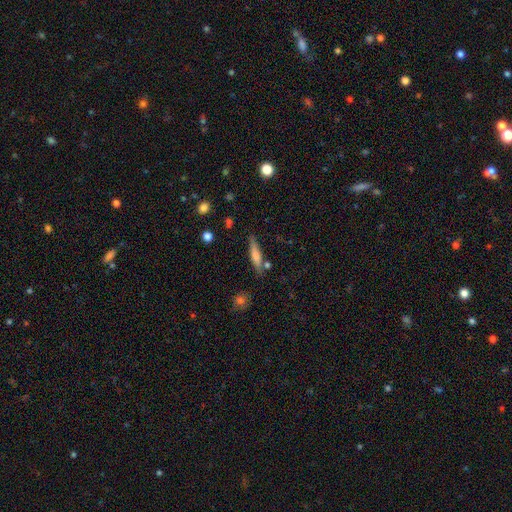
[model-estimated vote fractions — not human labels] Smooth or featured: smooth — 64% (featured or disk — 29%)
How rounded: cigar-shaped — 83% (in between — 15%)
Merging: none — 76% (minor disturbance — 15%)